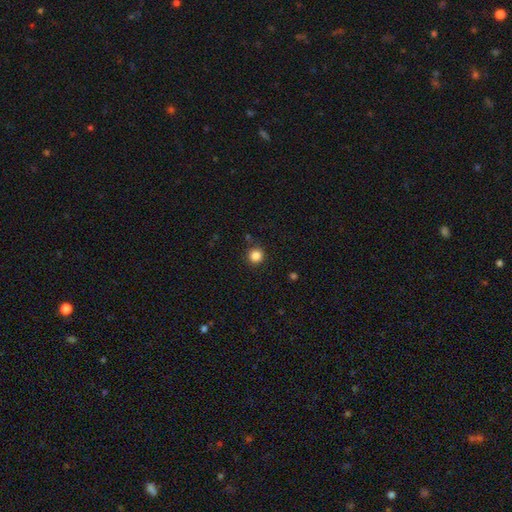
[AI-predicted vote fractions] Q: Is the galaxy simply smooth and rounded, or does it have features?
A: smooth — 85%.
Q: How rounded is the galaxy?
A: round — 95%.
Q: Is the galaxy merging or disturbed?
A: none — 89%.